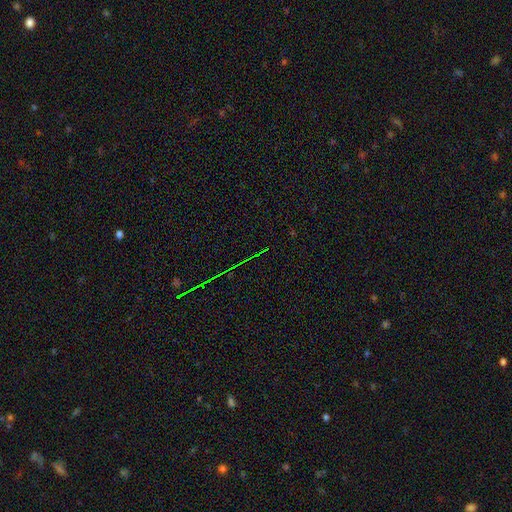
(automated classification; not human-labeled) Smooth or featured? Predicted: star or artifact (p=0.77).